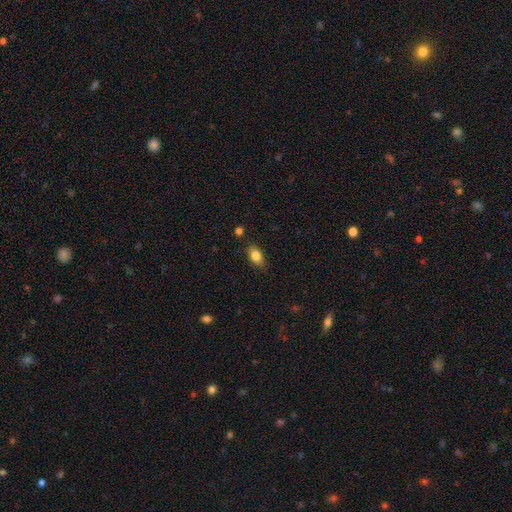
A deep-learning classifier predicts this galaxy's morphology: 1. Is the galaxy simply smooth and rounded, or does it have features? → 82% smooth, 9% featured or disk, 8% star or artifact.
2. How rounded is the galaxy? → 86% in between, 9% round, 5% cigar-shaped.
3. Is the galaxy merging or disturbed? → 82% none, 13% minor disturbance, 3% major disturbance, 2% merger.